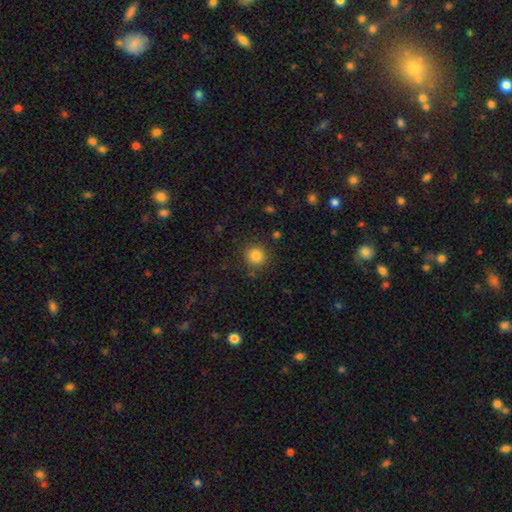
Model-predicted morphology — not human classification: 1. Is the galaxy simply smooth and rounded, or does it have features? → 84% smooth, 12% star or artifact, 5% featured or disk.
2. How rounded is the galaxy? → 91% round, 8% in between, 1% cigar-shaped.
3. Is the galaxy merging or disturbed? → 87% none, 8% minor disturbance, 3% major disturbance, 2% merger.